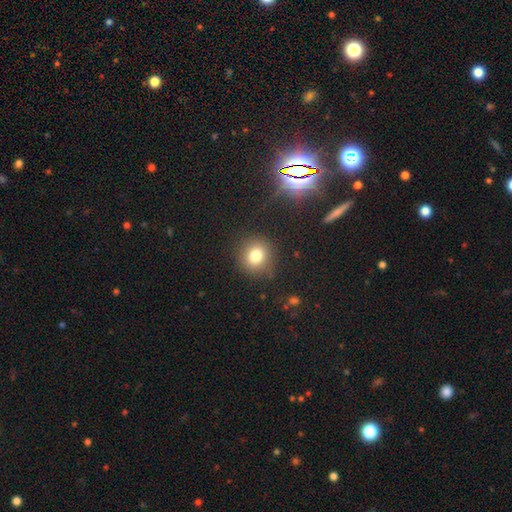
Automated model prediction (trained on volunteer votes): Morphology: type=smooth (77%); roundness=round (87%); merging=none (87%).